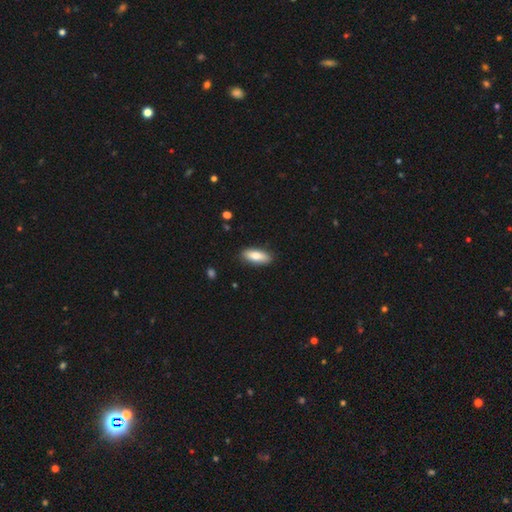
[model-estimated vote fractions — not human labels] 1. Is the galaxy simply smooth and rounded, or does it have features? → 80% smooth, 15% featured or disk, 6% star or artifact.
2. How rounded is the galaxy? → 74% in between, 24% cigar-shaped, 2% round.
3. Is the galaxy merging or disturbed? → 88% none, 9% minor disturbance, 2% major disturbance, 1% merger.